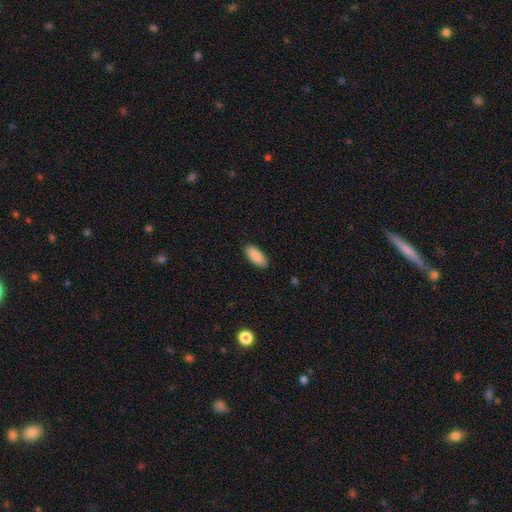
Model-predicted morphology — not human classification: Smooth or featured? smooth (90%)
How rounded? in between (85%)
Merging? none (88%)